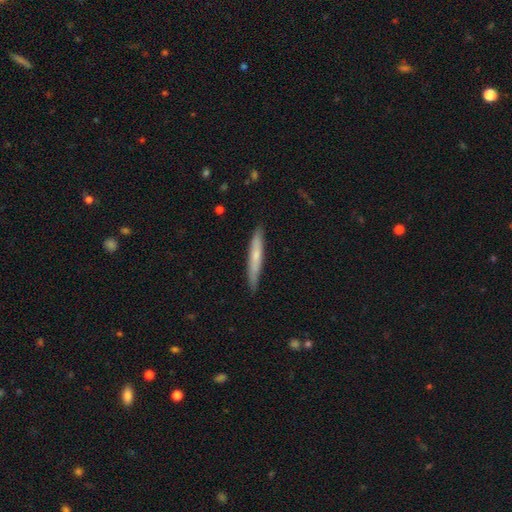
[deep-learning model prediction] This appears to be a smooth galaxy with no disk features (56%) that is cigar-shaped (94%). Merging: none (86%).